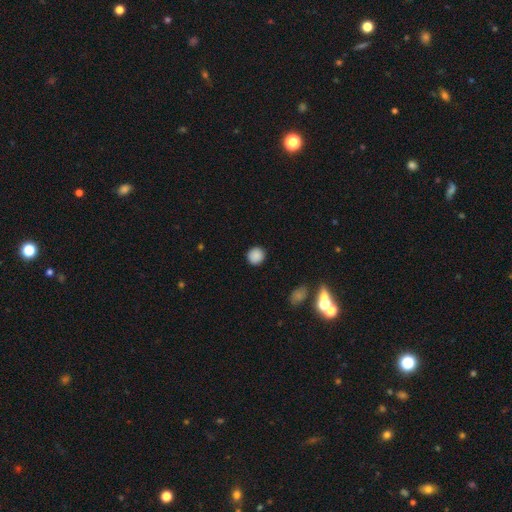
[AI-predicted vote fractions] Smooth or featured? Predicted: smooth (p=0.88). How rounded? Predicted: round (p=0.92). Merging? Predicted: none (p=0.90).